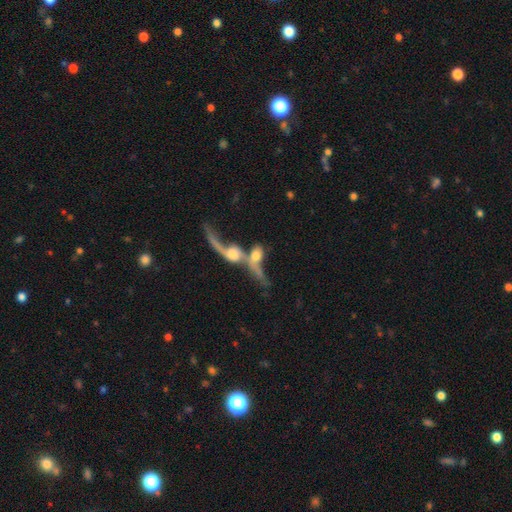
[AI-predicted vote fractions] A featured or disk galaxy (53%).

Vote fractions:
- Smooth or featured? featured or disk: 53% / smooth: 38% / star or artifact: 10%
- Edge-on disk? no: 75% / yes: 25%
- Merging? merger: 72% / none: 12% / major disturbance: 10% / minor disturbance: 6%